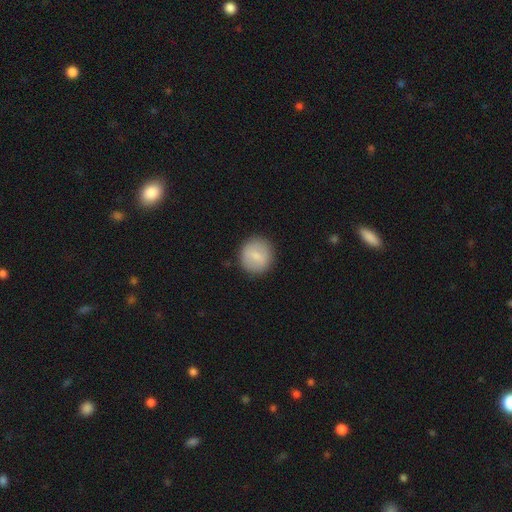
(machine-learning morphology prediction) A smooth galaxy with no disk features (71%) that is round (91%). Merging: none (88%).